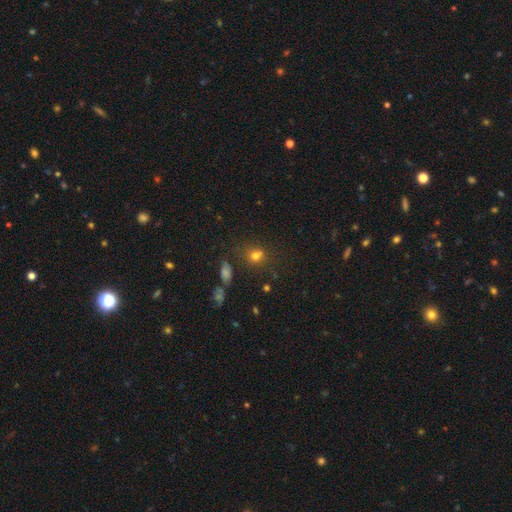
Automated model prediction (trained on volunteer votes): Q: Smooth or featured?
A: smooth (71%); runner-up: star or artifact (19%)
Q: How rounded?
A: round (58%); runner-up: in between (40%)
Q: Merging?
A: none (66%); runner-up: minor disturbance (17%)